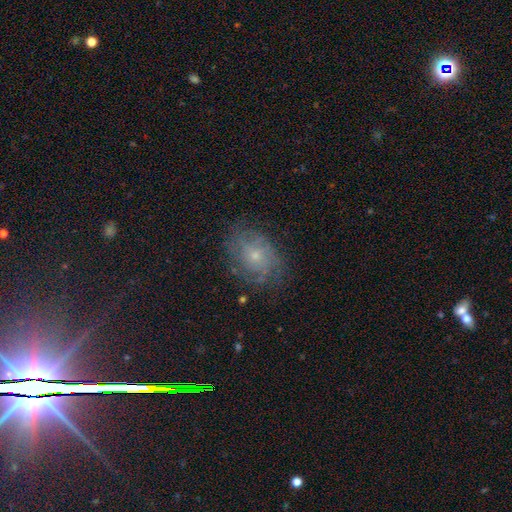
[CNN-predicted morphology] smooth-or-featured: featured or disk: 63% | smooth: 25% | star or artifact: 12%
  disk-edge-on: no: 97% | yes: 3%
    bar: no: 83% | weak: 15% | strong: 2%
    has-spiral-arms: yes: 84% | no: 16%
      spiral-winding: tight: 55% | medium: 32% | loose: 13%
      spiral-arm-count: can't tell: 52% | 3: 12% | 2: 12% | 4: 12% | more than 4: 8% | 1: 6%
    bulge-size: small: 69% | moderate: 26% | none: 2% | large: 2% | dominant: 1%
  merging: none: 74% | minor disturbance: 17% | major disturbance: 8% | merger: 1%